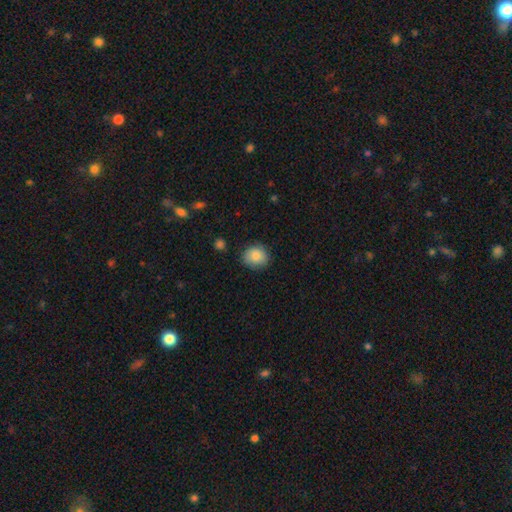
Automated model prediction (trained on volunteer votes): Q: Smooth or featured?
A: smooth (85%); runner-up: star or artifact (8%)
Q: How rounded?
A: round (78%); runner-up: in between (21%)
Q: Merging?
A: none (83%); runner-up: minor disturbance (13%)